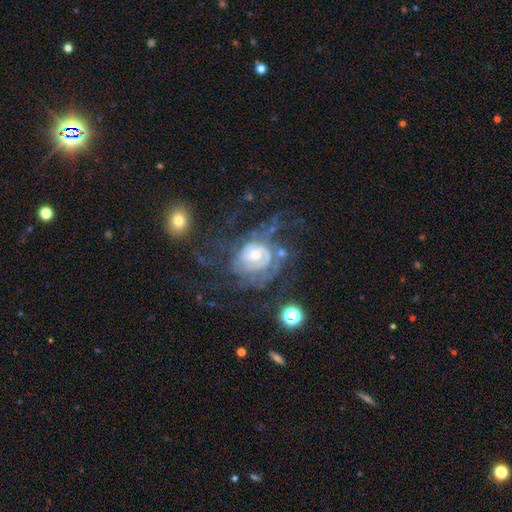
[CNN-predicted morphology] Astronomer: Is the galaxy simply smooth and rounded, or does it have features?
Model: featured or disk — 81%.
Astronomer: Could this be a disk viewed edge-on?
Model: no — 97%.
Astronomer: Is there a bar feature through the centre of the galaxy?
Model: no — 62%.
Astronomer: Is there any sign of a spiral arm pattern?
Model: yes — 86%.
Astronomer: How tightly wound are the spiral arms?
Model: tight — 55% (runner-up: medium, 32%).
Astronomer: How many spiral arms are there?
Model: can't tell — 41% (runner-up: 2, 28%).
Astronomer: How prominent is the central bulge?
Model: moderate — 51% (runner-up: small, 37%).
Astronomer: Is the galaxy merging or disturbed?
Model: none — 42% (runner-up: major disturbance, 34%).